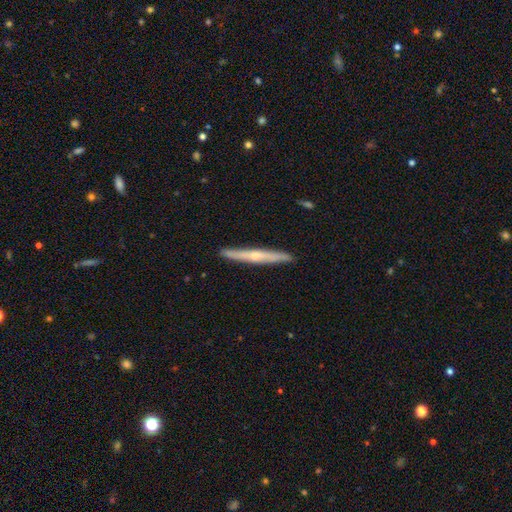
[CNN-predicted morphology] Smooth or featured?
  - featured or disk: 63% *
  - smooth: 31%
  - star or artifact: 6%
Edge-on disk?
  - yes: 96% *
  - no: 4%
Edge-on bulge?
  - rounded: 68% *
  - none: 28%
  - boxy: 4%
Merging?
  - none: 91% *
  - minor disturbance: 7%
  - major disturbance: 1%
  - merger: 1%